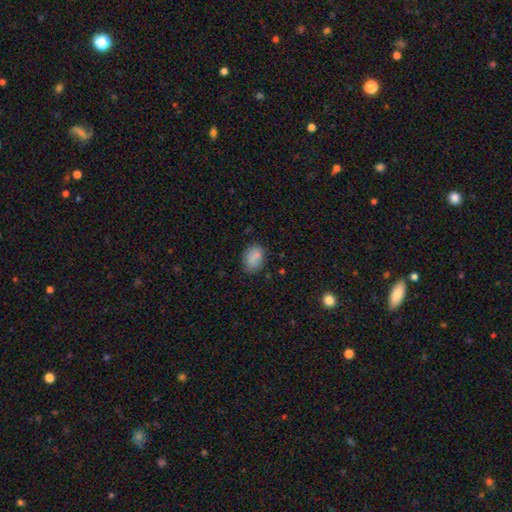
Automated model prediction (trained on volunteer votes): Smooth or featured? smooth (84%)
How rounded? in between (74%)
Merging? none (75%)